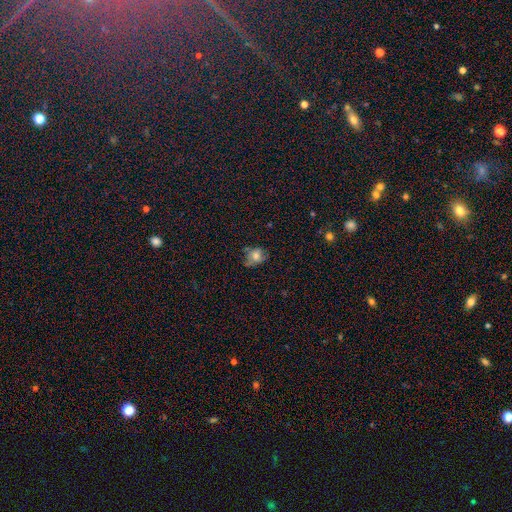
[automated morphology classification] Q: Smooth or featured?
A: smooth (67%); runner-up: featured or disk (20%)
Q: How rounded?
A: round (54%); runner-up: in between (44%)
Q: Merging?
A: none (55%); runner-up: minor disturbance (31%)